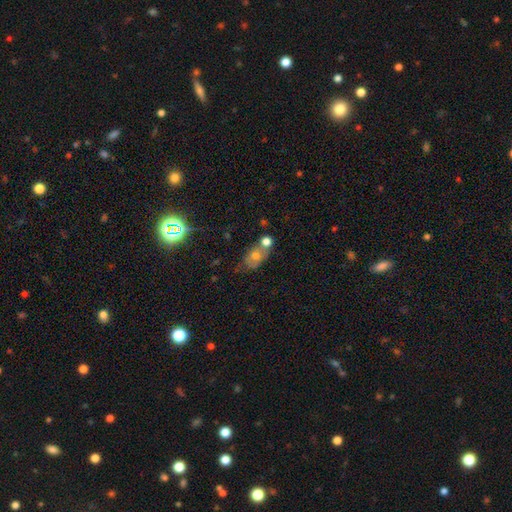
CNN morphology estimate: This is possibly a smooth galaxy (55%). How rounded: likely in between (73%). Merging: marginally merger (38%).